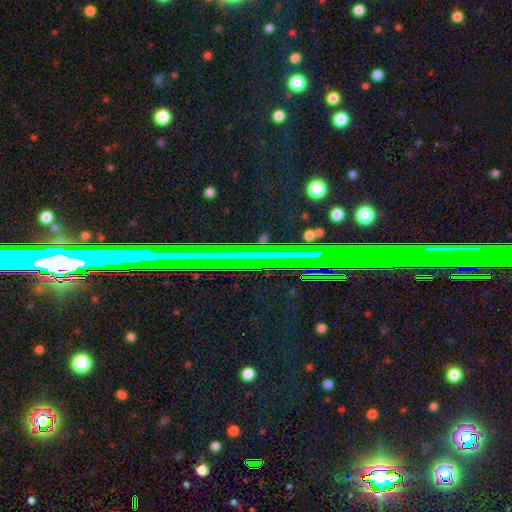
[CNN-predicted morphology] Overall: star or artifact (77%).